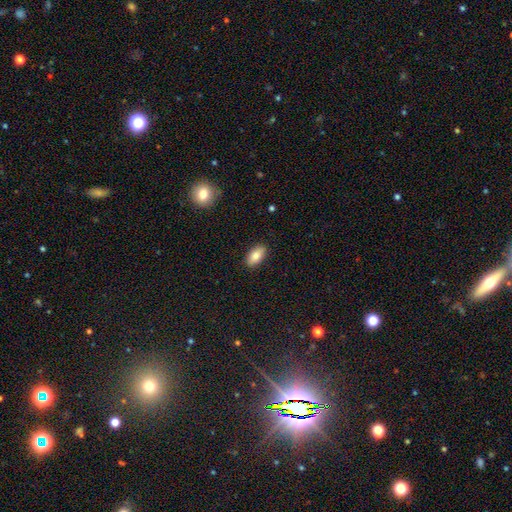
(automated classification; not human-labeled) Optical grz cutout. It shows a smooth galaxy with no disk features (84%) that is in between round and cigar-shaped (93%). Merging: none (89%).